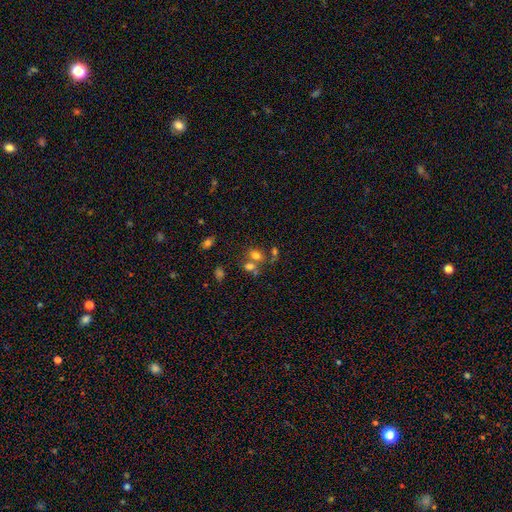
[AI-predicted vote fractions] The model was most divided on "merging": merger: 43%, none: 42%, minor disturbance: 10%, major disturbance: 6%. More confident: smooth or featured — smooth (69%); how rounded — in between (52%).